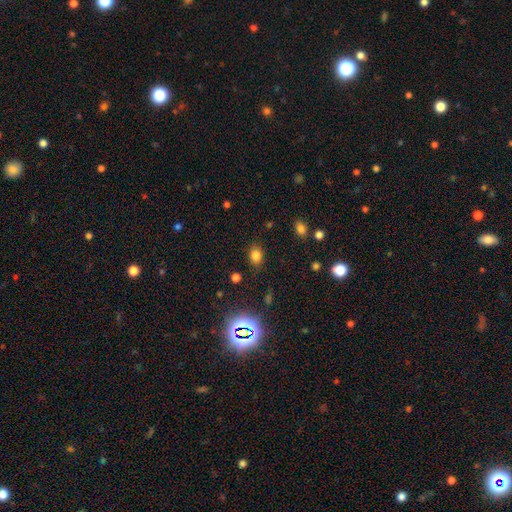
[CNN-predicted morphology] smooth 77%, star or artifact 17%, featured or disk 6%. Down the decision tree: how rounded — in between (62%); merging — none (80%).